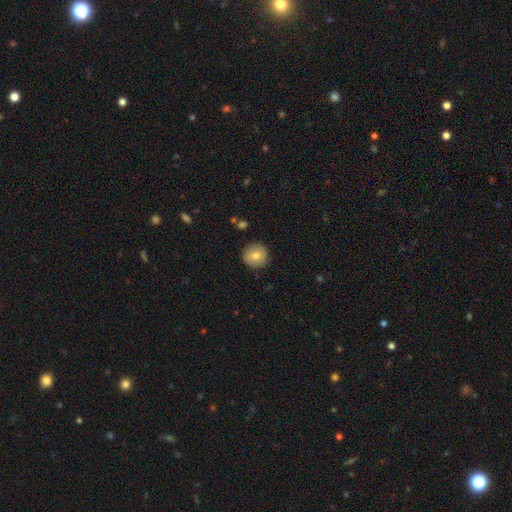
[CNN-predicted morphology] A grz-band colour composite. It shows a smooth galaxy with no disk features (78%) that is round (94%). Merging: none (90%).